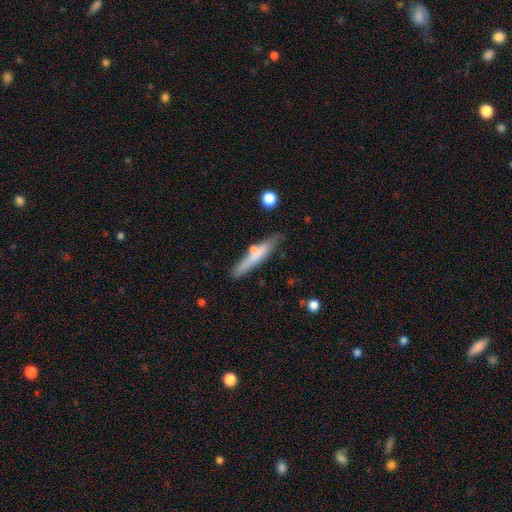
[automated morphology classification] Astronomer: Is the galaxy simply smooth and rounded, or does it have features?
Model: smooth — 63%.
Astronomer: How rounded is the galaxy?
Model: cigar-shaped — 91%.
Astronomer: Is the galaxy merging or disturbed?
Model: none — 73%.